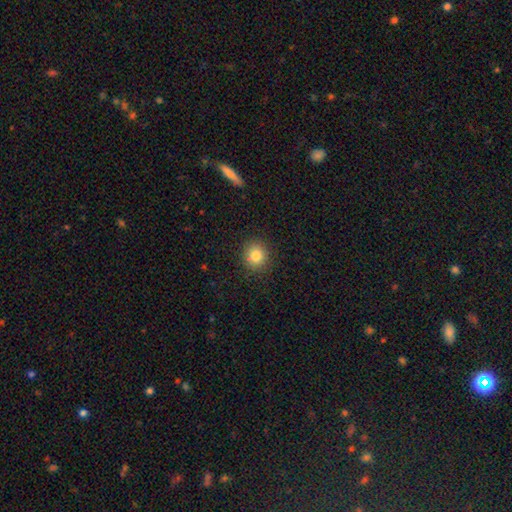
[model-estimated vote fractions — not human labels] Smooth or featured? smooth (83%)
How rounded? round (87%)
Merging? none (90%)